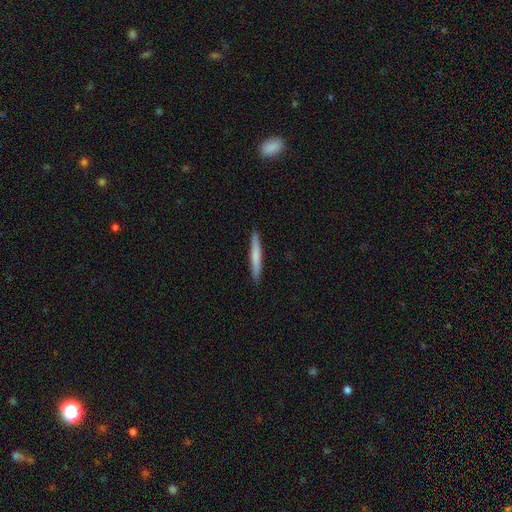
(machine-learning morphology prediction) A smooth galaxy with no disk features (71%) that is cigar-shaped (96%). Merging: none (92%).